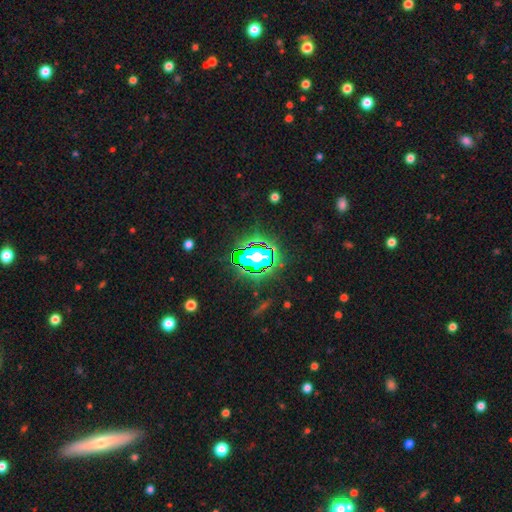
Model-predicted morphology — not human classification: Smooth or featured?
  - star or artifact: 80% *
  - smooth: 11%
  - featured or disk: 9%